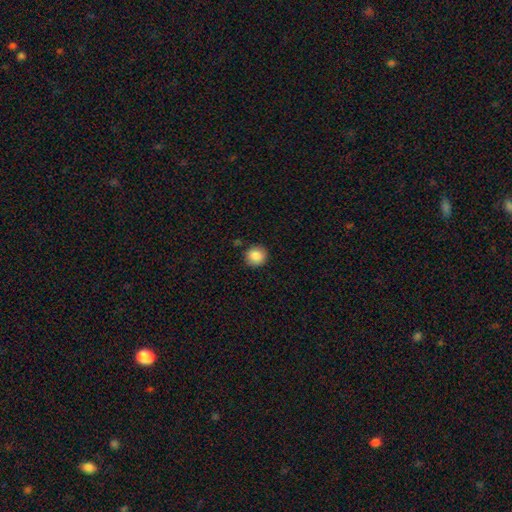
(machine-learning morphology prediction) smooth-or-featured: smooth: 87% | star or artifact: 9% | featured or disk: 4%
  how-rounded: round: 90% | in between: 9% | cigar-shaped: 1%
  merging: none: 87% | minor disturbance: 8% | major disturbance: 2% | merger: 2%